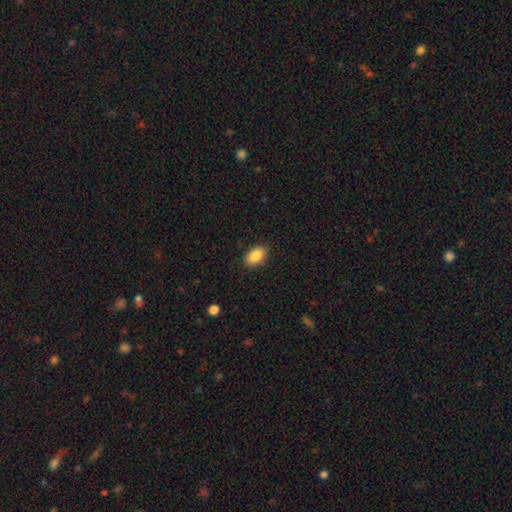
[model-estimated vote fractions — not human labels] smooth-or-featured: smooth: 87% | star or artifact: 7% | featured or disk: 5%
  how-rounded: in between: 91% | round: 7% | cigar-shaped: 2%
  merging: none: 88% | minor disturbance: 9% | major disturbance: 2% | merger: 1%